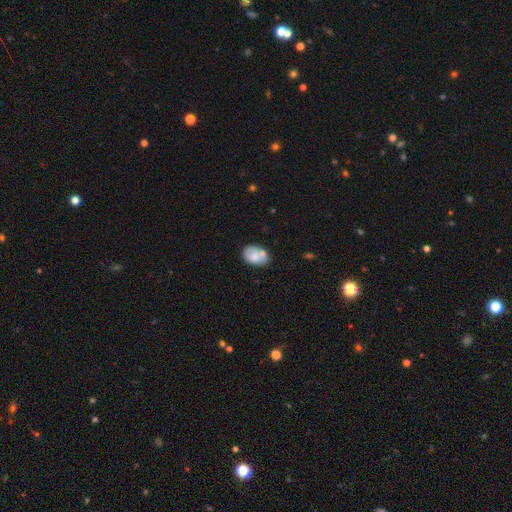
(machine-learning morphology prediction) Smooth or featured: smooth — 75% (featured or disk — 18%)
How rounded: in between — 84% (round — 15%)
Merging: none — 57% (minor disturbance — 20%)